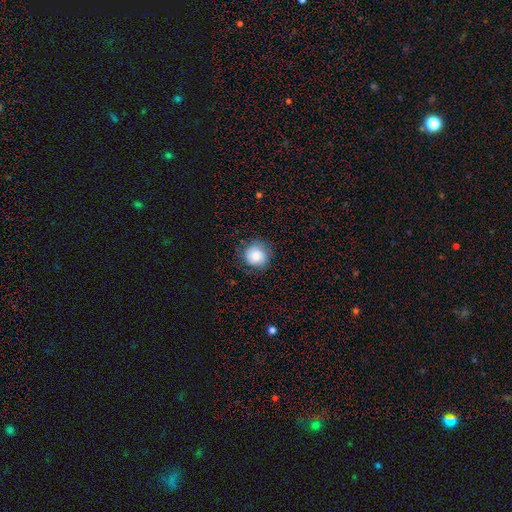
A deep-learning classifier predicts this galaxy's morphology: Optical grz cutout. It shows a smooth galaxy with no disk features (80%) that is round (91%). Merging: none (78%).